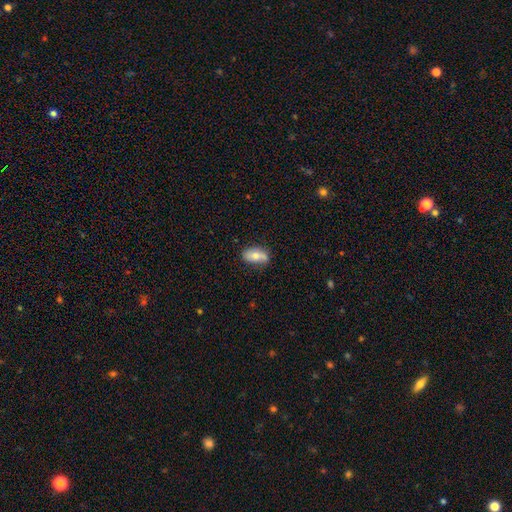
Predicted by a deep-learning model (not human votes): smooth_or_featured: smooth (p=0.66) [alt: featured or disk p=0.27]
how_rounded: in between (p=0.89) [alt: round p=0.06]
merging: none (p=0.70) [alt: minor disturbance p=0.21]